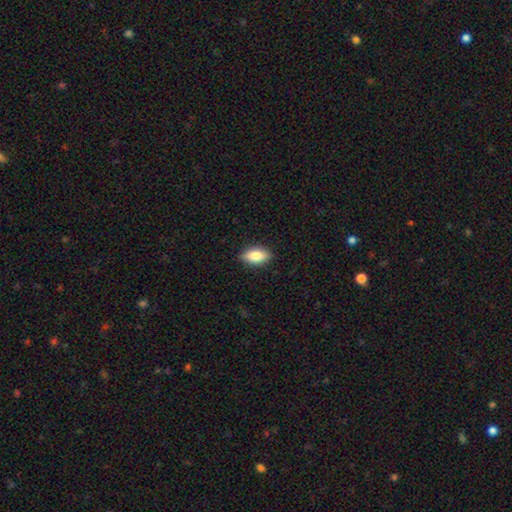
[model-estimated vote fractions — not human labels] smooth-or-featured: smooth: 75% | featured or disk: 17% | star or artifact: 8%
  how-rounded: in between: 85% | cigar-shaped: 9% | round: 6%
  merging: none: 88% | minor disturbance: 9% | major disturbance: 2% | merger: 1%